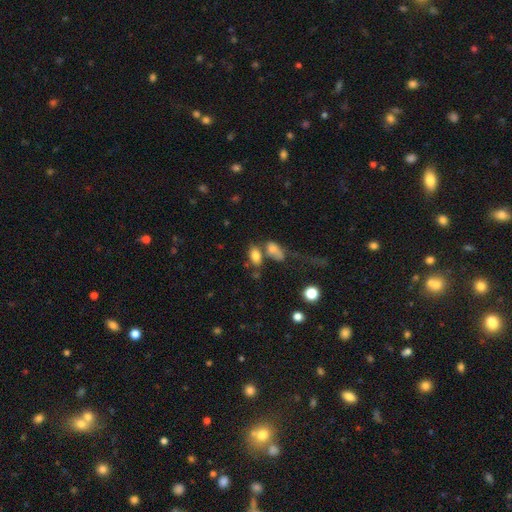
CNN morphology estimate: A smooth galaxy with no disk features (79%) that is in between round and cigar-shaped (88%).

Vote fractions:
- Smooth or featured? smooth: 79% / featured or disk: 11% / star or artifact: 10%
- How rounded? in between: 88% / round: 8% / cigar-shaped: 4%
- Merging? none: 48% / merger: 33% / minor disturbance: 13% / major disturbance: 7%